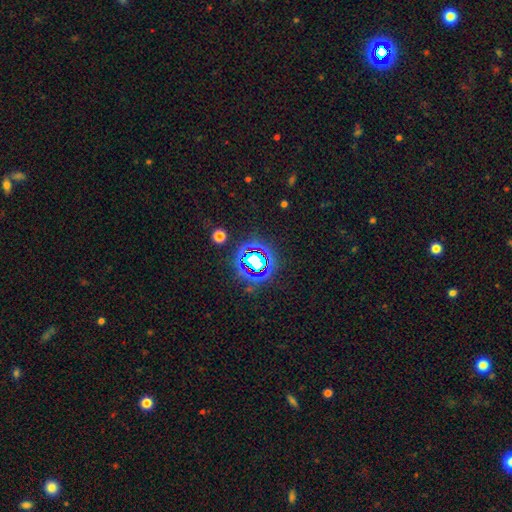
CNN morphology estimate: Overall: star or artifact (81%).